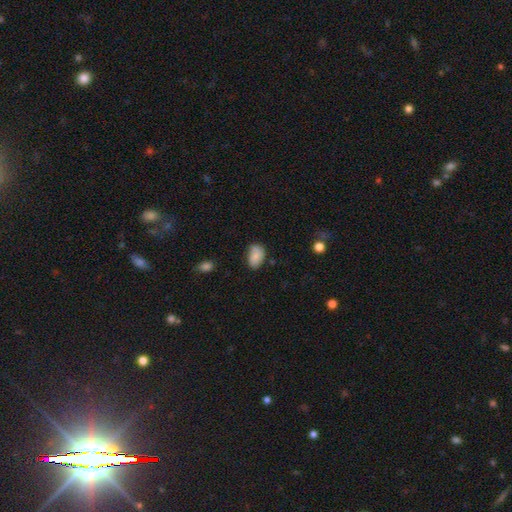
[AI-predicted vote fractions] This is likely a smooth galaxy (76%). How rounded: clearly in between (88%). Merging: possibly none (57%).